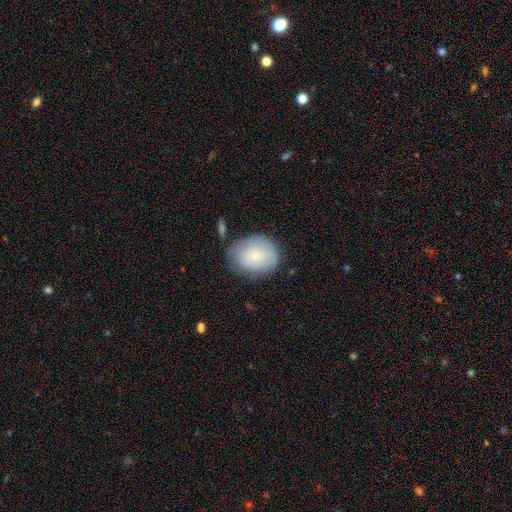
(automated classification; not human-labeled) Morphology: type=smooth (69%); roundness=in between (51%); merging=none (65%).